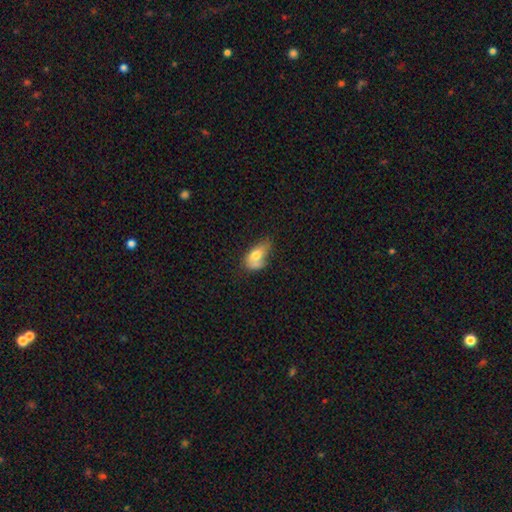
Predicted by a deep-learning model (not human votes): Smooth or featured? Predicted: smooth (p=0.70). How rounded? Predicted: in between (p=0.88). Merging? Predicted: minor disturbance (p=0.36).